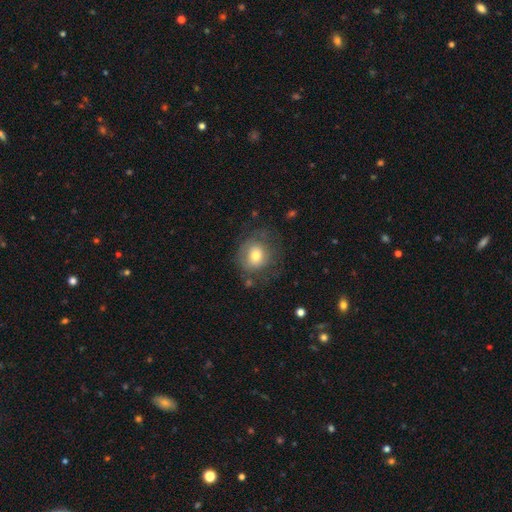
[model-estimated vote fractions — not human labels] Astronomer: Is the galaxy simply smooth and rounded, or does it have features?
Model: smooth — 64%.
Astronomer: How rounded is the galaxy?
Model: round — 78%.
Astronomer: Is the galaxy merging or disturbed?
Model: none — 62%.